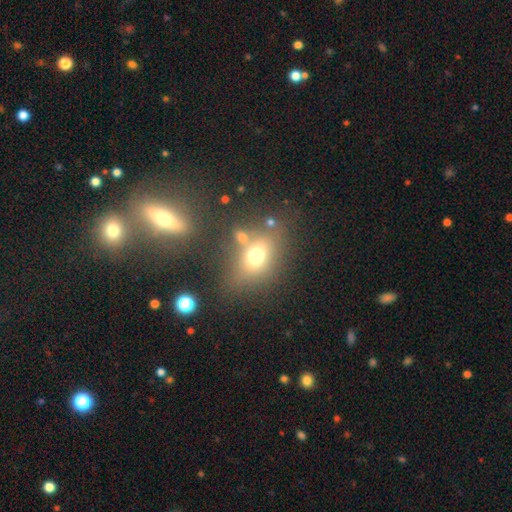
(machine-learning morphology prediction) Overall: smooth (67%). How rounded: in between (63%; round 34%). Merging: none (63%).